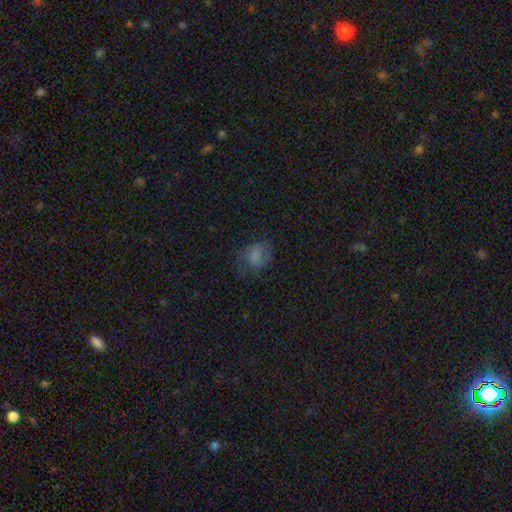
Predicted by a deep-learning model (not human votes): The model was most divided on "how rounded": in between: 52%, round: 47%, cigar-shaped: 1%. More confident: smooth or featured — smooth (67%); merging — none (58%).